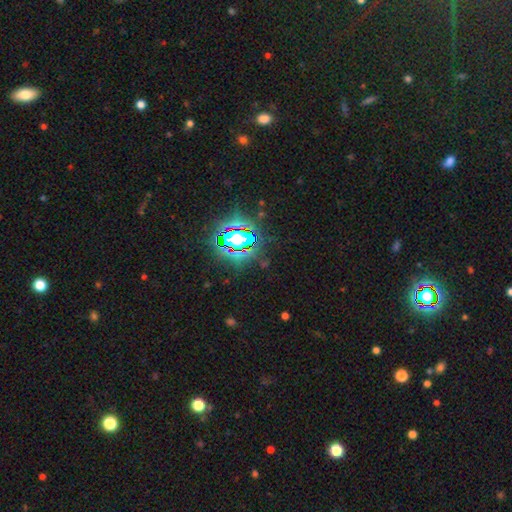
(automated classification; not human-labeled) star or artifact 82%, smooth 11%, featured or disk 7%.